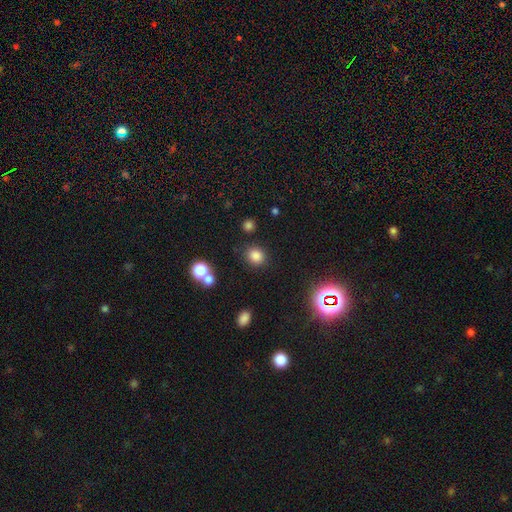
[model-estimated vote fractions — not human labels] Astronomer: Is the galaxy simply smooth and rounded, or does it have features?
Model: smooth — 82%.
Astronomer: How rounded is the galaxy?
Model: round — 79%.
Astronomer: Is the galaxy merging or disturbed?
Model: none — 83%.